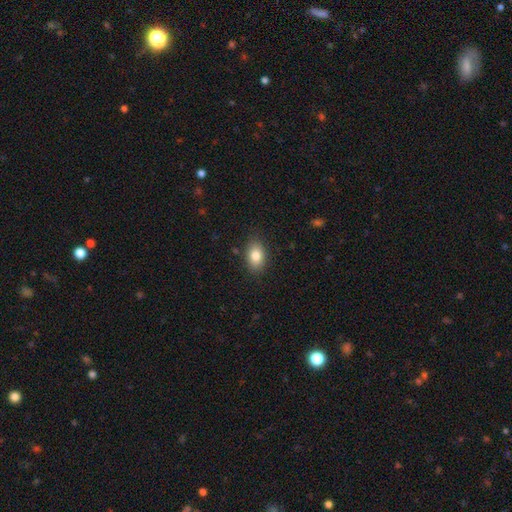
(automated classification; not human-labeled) Overall: smooth (83%). How rounded: in between (84%). Merging: none (85%).